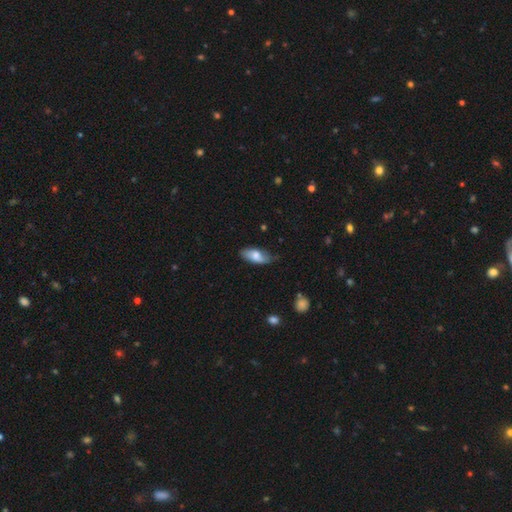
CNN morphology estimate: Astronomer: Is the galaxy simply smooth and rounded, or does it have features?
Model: smooth — 71%.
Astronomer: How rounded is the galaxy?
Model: in between — 84%.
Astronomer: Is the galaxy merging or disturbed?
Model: none — 67%.